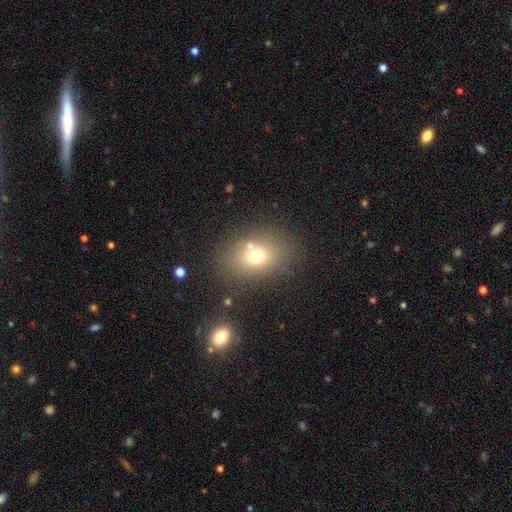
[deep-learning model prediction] Overall: smooth (69%). How rounded: in between (62%; round 37%). Merging: none (74%).